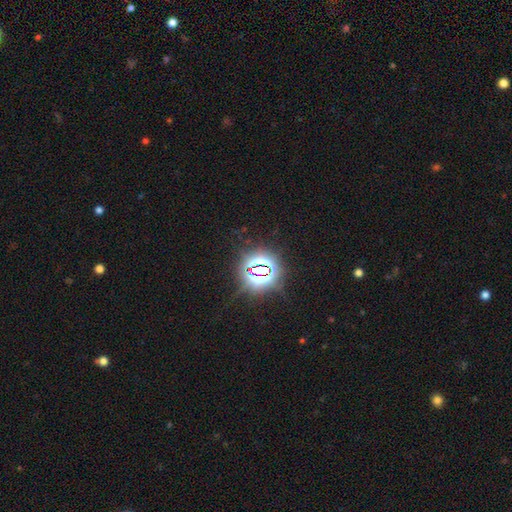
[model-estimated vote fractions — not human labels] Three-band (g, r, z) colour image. It shows a star or artifact, not a galaxy (84%).